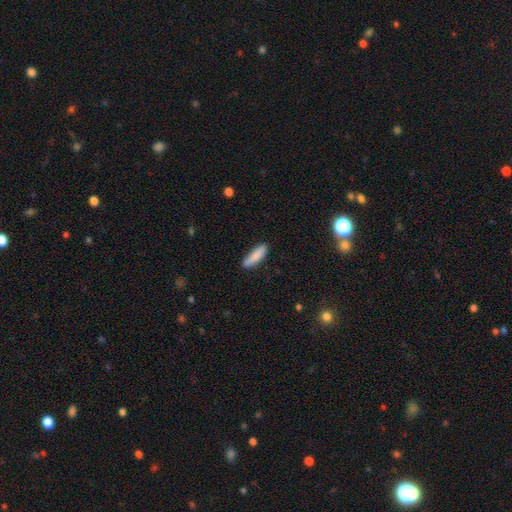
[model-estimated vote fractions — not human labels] smooth_or_featured: smooth (p=0.85) [alt: featured or disk p=0.09]
how_rounded: cigar-shaped (p=0.69) [alt: in between p=0.30]
merging: none (p=0.81) [alt: minor disturbance p=0.15]